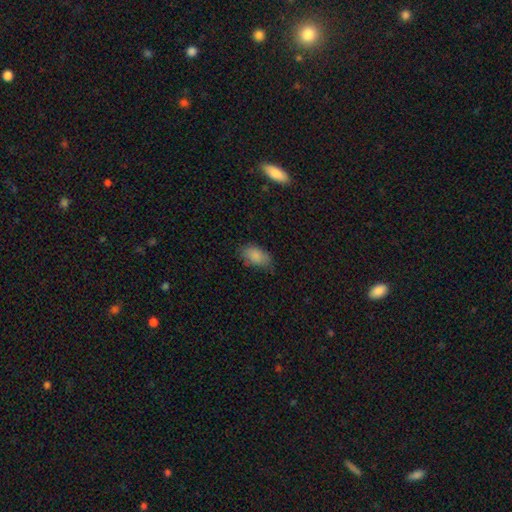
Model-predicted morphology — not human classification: This appears to be a smooth galaxy with no disk features (85%) that is in between round and cigar-shaped (92%). Merging: none (70%).